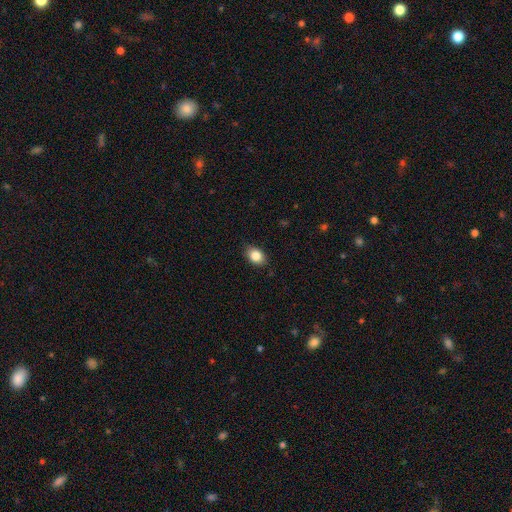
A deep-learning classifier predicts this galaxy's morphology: The model was most divided on "how rounded": in between: 72%, round: 27%, cigar-shaped: 1%. More confident: smooth or featured — smooth (85%); merging — none (84%).